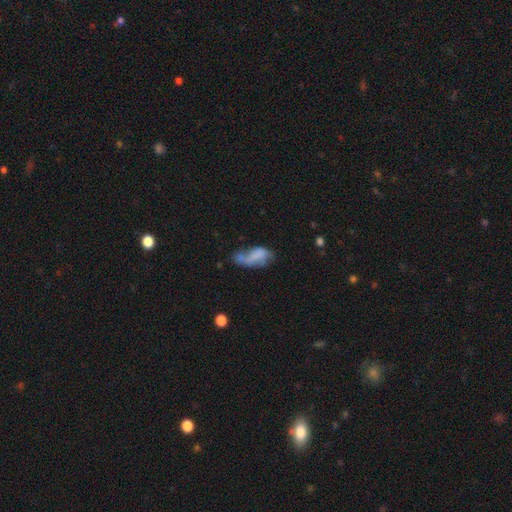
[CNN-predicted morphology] Smooth or featured? smooth (61%)
How rounded? in between (85%)
Merging? major disturbance (30%)